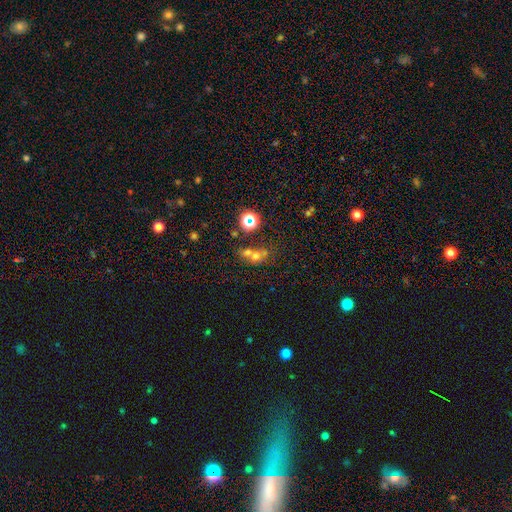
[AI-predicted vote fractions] Smooth or featured? Predicted: smooth (p=0.50). How rounded? Predicted: round (p=0.69). Merging? Predicted: merger (p=0.49).